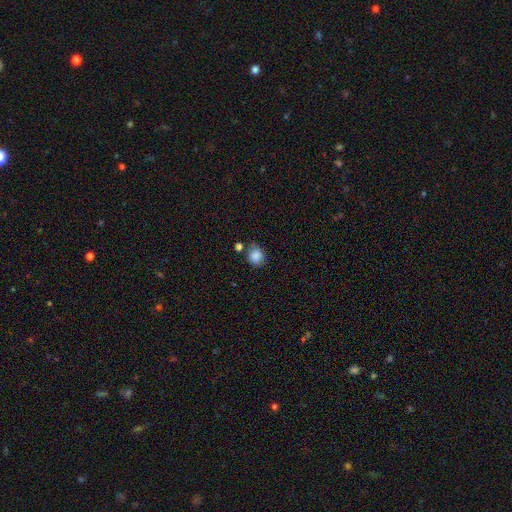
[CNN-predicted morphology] smooth 86%, star or artifact 9%, featured or disk 5%. Down the decision tree: how rounded — round (66%); merging — none (64%).